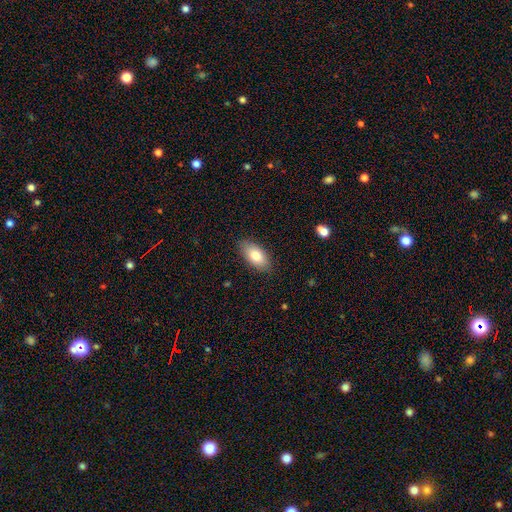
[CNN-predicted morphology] The model was most divided on "smooth or featured": smooth: 79%, featured or disk: 14%, star or artifact: 7%. More confident: how rounded — in between (92%); merging — none (86%).